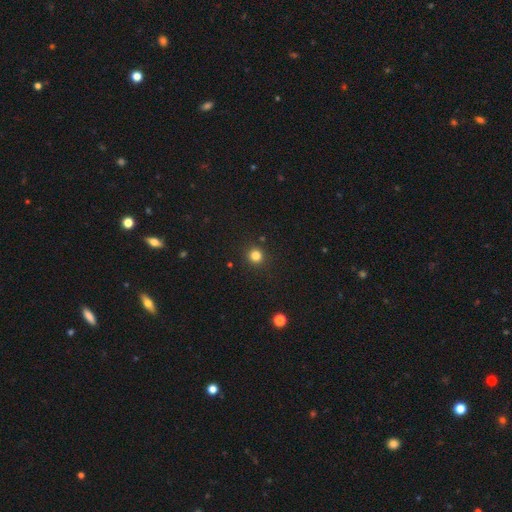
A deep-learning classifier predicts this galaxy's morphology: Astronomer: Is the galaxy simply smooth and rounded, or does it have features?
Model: smooth — 82%.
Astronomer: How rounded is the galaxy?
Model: round — 93%.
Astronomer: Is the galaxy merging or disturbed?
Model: none — 90%.